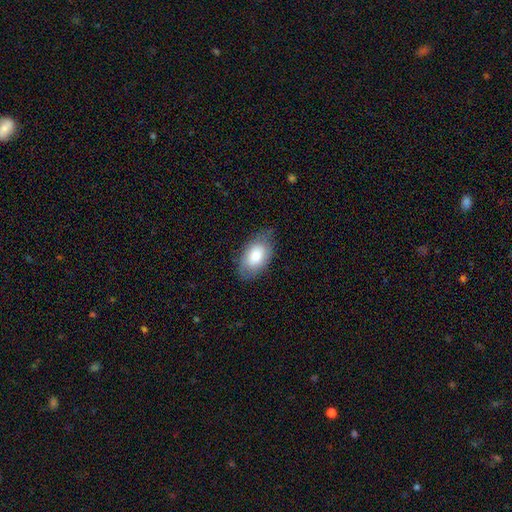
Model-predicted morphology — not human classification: smooth-or-featured: smooth: 78% | featured or disk: 16% | star or artifact: 6%
  how-rounded: in between: 93% | round: 5% | cigar-shaped: 2%
  merging: none: 72% | minor disturbance: 22% | major disturbance: 5% | merger: 1%